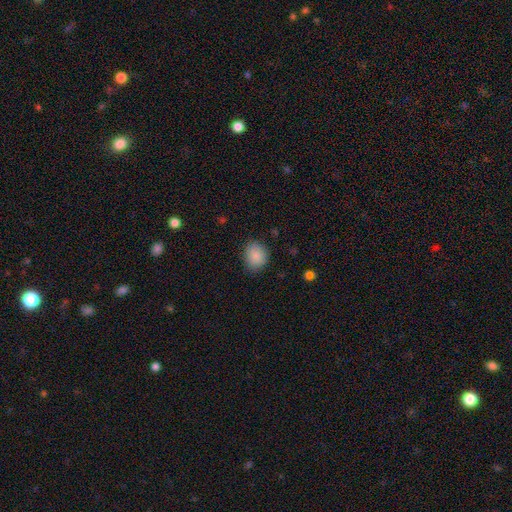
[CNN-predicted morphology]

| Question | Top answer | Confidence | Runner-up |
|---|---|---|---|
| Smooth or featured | smooth | 86% | star or artifact (9%) |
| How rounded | round | 62% | in between (38%) |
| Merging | none | 80% | minor disturbance (16%) |